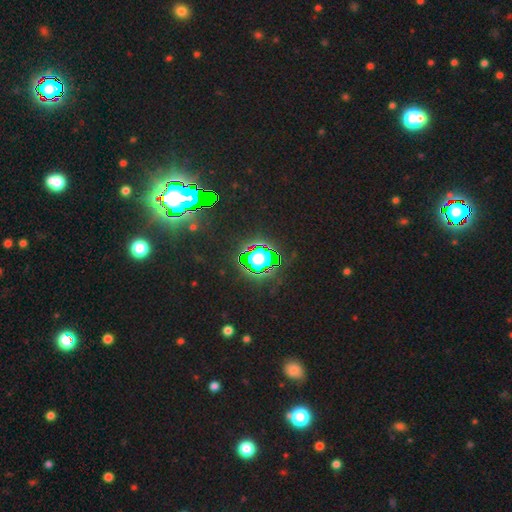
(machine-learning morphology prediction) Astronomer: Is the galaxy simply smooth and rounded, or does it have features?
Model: star or artifact — 83%.